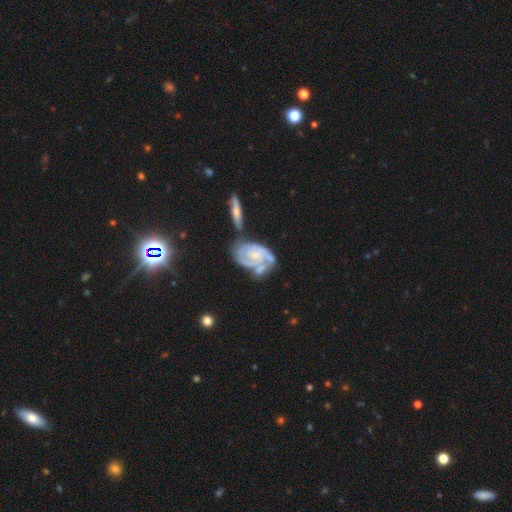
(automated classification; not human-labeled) featured or disk 79%, smooth 15%, star or artifact 6%. Down the decision tree: edge-on disk — no (96%); bar — no (61%); spiral arms — yes (87%); spiral arm count — 2 (41%); spiral winding — tight (60%); bulge size — small (59%); merging — none (40%).